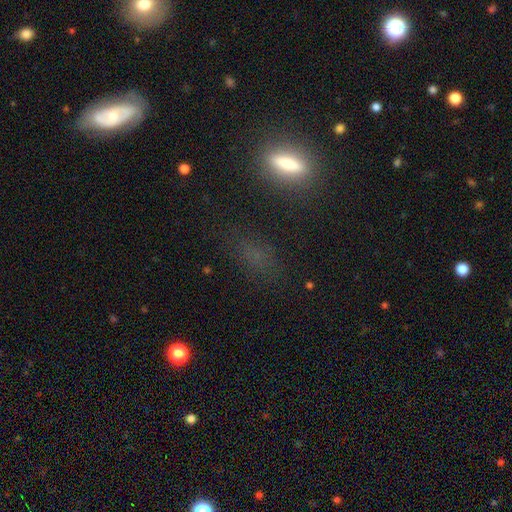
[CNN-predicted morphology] Overall: smooth (53%; star or artifact 29%). How rounded: in between (46%; cigar-shaped 39%). Merging: none (75%).